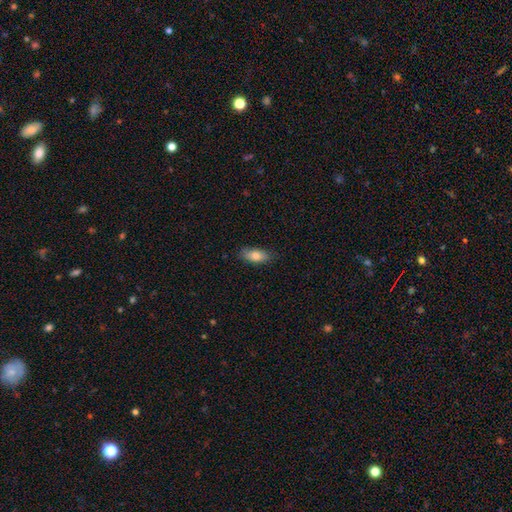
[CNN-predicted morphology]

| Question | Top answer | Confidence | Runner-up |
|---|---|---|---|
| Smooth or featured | smooth | 79% | featured or disk (14%) |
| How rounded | in between | 82% | cigar-shaped (15%) |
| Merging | none | 82% | minor disturbance (14%) |